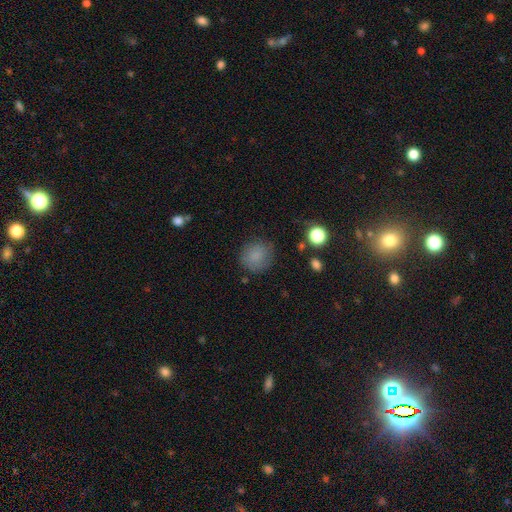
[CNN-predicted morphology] This appears to be a smooth galaxy with no disk features (81%) that is round (83%). Merging: none (76%).